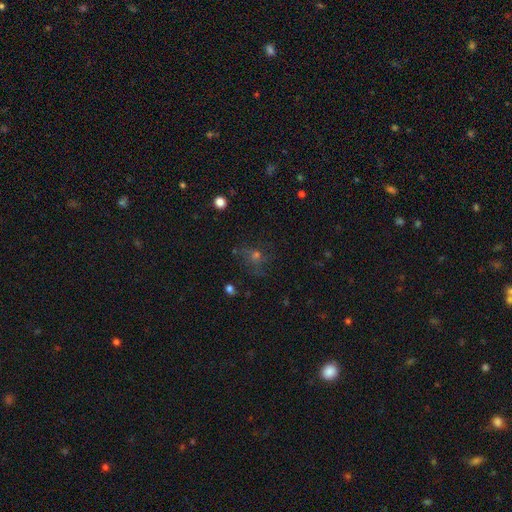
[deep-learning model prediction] Smooth or featured?
  - smooth: 39% *
  - star or artifact: 38%
  - featured or disk: 23%
Merging?
  - none: 62% *
  - minor disturbance: 18%
  - major disturbance: 17%
  - merger: 3%